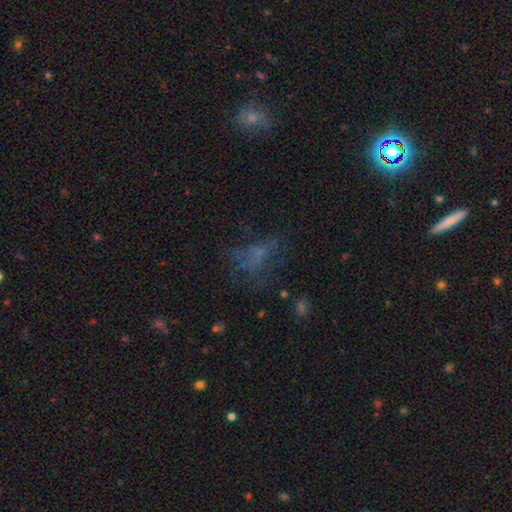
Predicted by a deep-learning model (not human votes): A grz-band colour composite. It shows a smooth galaxy with no disk features (35%). Merging: none (48%).